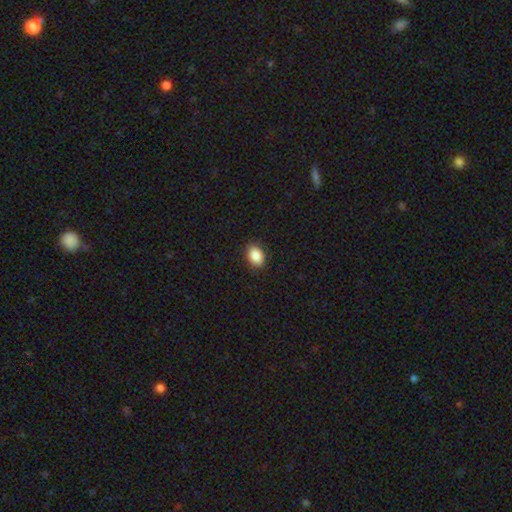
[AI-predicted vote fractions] Smooth or featured: smooth — 88% (star or artifact — 8%)
How rounded: in between — 83% (round — 16%)
Merging: none — 87% (minor disturbance — 9%)